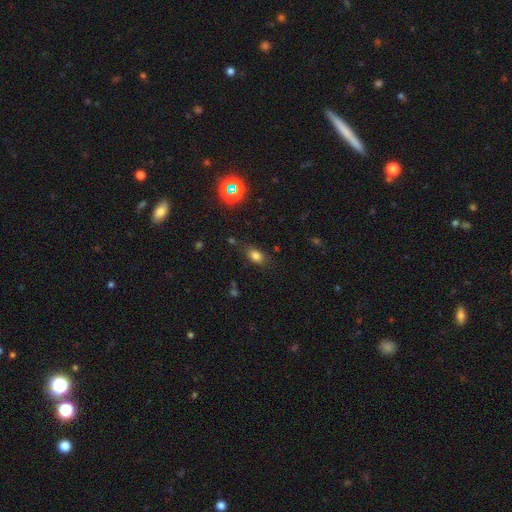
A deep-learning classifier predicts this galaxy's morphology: Overall: smooth (77%). How rounded: in between (79%). Merging: none (74%).